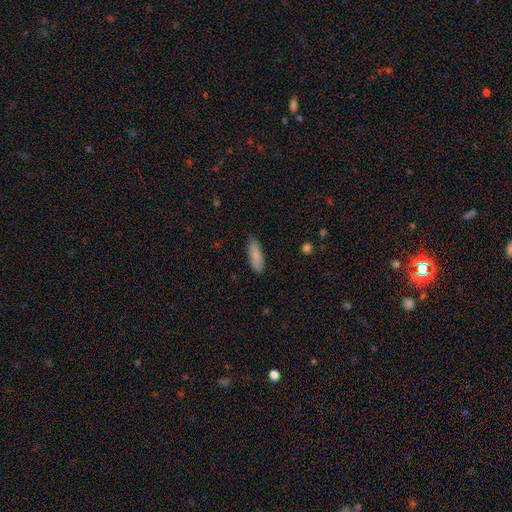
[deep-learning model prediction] Q: Smooth or featured?
A: smooth (84%); runner-up: featured or disk (10%)
Q: How rounded?
A: in between (52%); runner-up: cigar-shaped (47%)
Q: Merging?
A: none (82%); runner-up: minor disturbance (15%)